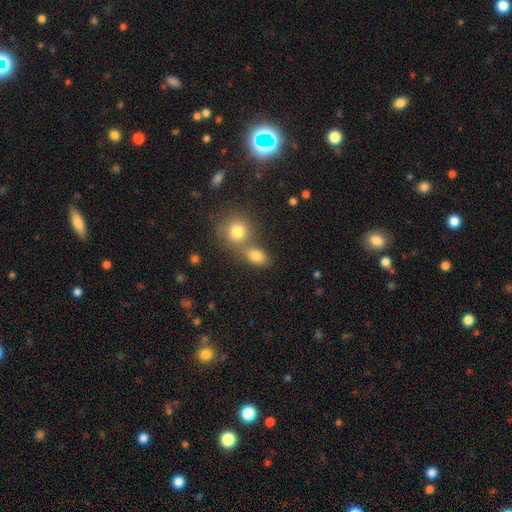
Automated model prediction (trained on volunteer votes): Smooth or featured: smooth — 79% (star or artifact — 11%)
How rounded: in between — 62% (round — 36%)
Merging: merger — 44% (tied with none — 44%)